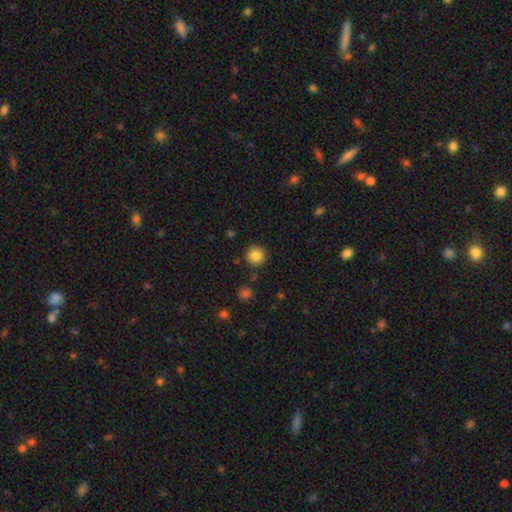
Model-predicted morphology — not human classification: A smooth galaxy with no disk features (85%) that is round (94%).

Vote fractions:
- Smooth or featured? smooth: 85% / star or artifact: 10% / featured or disk: 5%
- How rounded? round: 94% / in between: 5% / cigar-shaped: 1%
- Merging? none: 88% / minor disturbance: 7% / major disturbance: 2% / merger: 2%